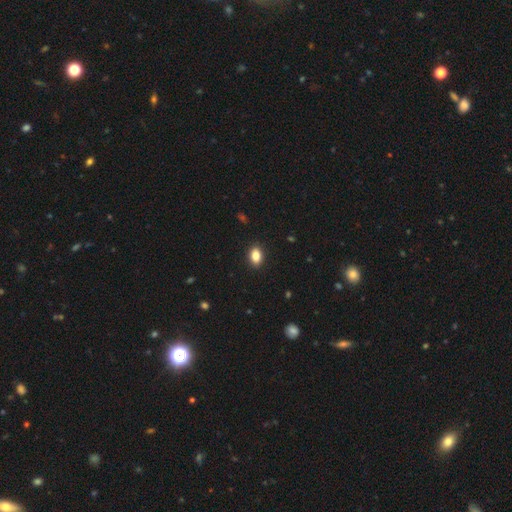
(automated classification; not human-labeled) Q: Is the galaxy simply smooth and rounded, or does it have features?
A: smooth — 85%.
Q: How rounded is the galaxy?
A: in between — 82%.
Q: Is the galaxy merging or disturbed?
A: none — 90%.